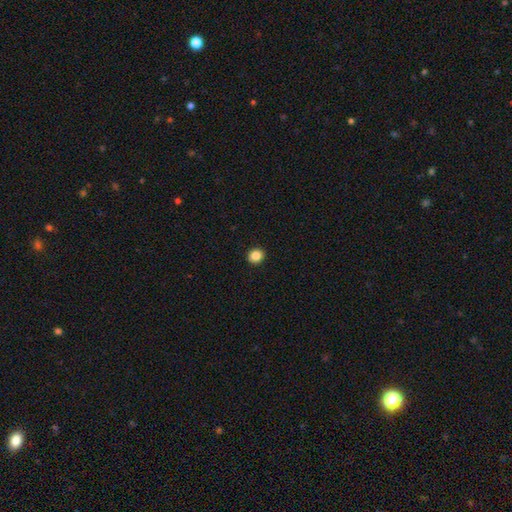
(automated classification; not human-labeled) Smooth or featured? smooth (86%)
How rounded? round (79%)
Merging? none (93%)